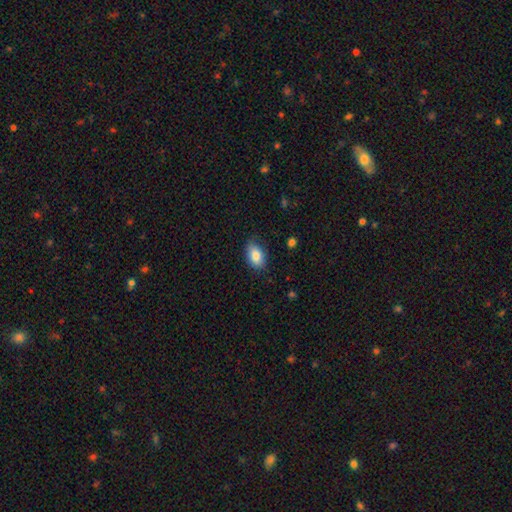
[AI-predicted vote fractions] The model was most divided on "merging": none: 78%, minor disturbance: 17%, major disturbance: 3%, merger: 1%. More confident: how rounded — in between (89%); smooth or featured — smooth (85%).